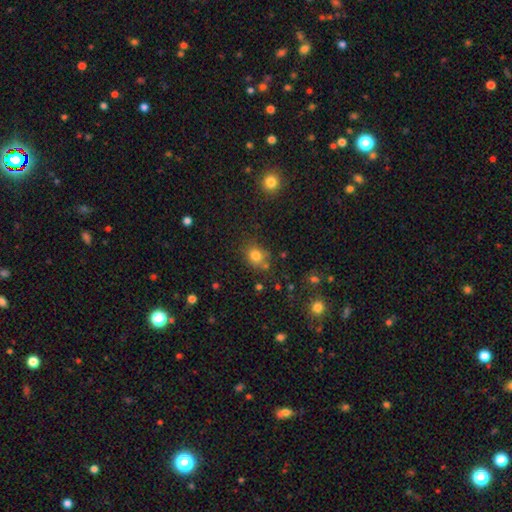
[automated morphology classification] Smooth or featured?
  - smooth: 79% *
  - star or artifact: 14%
  - featured or disk: 7%
How rounded?
  - round: 65% *
  - in between: 34%
  - cigar-shaped: 1%
Merging?
  - none: 70% *
  - minor disturbance: 16%
  - merger: 9%
  - major disturbance: 5%